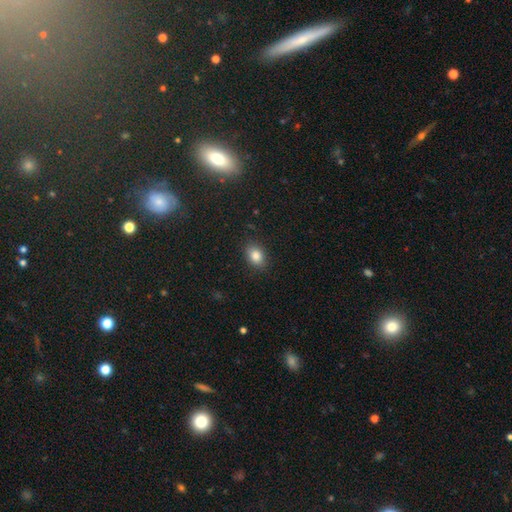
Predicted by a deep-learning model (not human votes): A smooth galaxy with no disk features (84%) that is in between round and cigar-shaped (72%).

Vote fractions:
- Smooth or featured? smooth: 84% / star or artifact: 10% / featured or disk: 6%
- How rounded? in between: 72% / round: 27% / cigar-shaped: 1%
- Merging? none: 86% / minor disturbance: 10% / major disturbance: 3% / merger: 1%